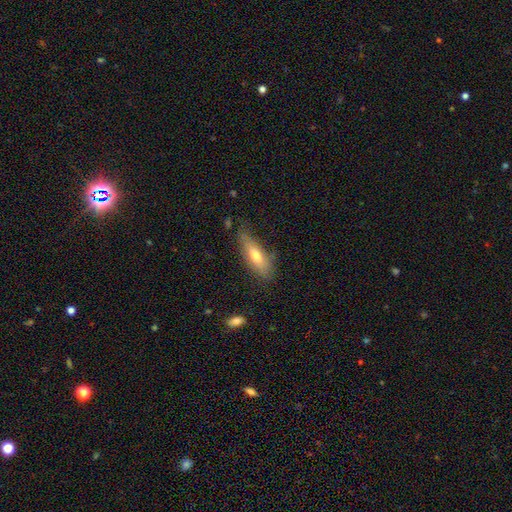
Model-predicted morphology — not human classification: This is likely a smooth galaxy (62%). How rounded: possibly in between (52%). Merging: likely none (67%).